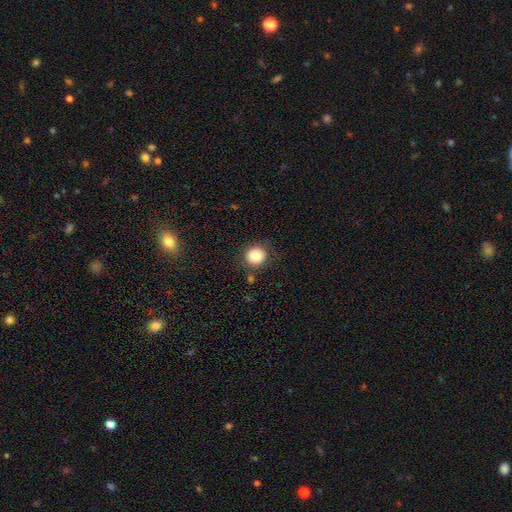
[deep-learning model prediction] smooth-or-featured: smooth: 84% | star or artifact: 10% | featured or disk: 6%
  how-rounded: round: 90% | in between: 9% | cigar-shaped: 1%
  merging: none: 84% | minor disturbance: 10% | major disturbance: 3% | merger: 3%